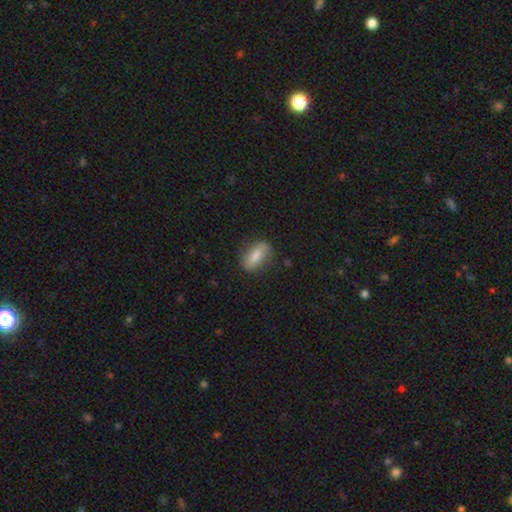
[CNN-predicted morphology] A smooth galaxy with no disk features (72%) that is in between round and cigar-shaped (77%). Merging: none (79%).